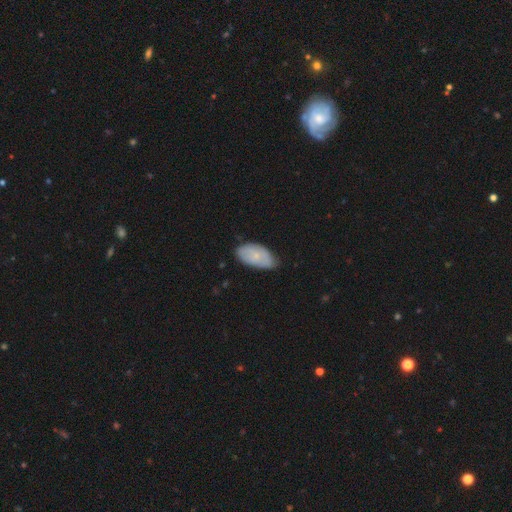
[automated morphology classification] smooth-or-featured: smooth: 67% | featured or disk: 27% | star or artifact: 6%
  how-rounded: in between: 94% | round: 3% | cigar-shaped: 3%
  merging: none: 58% | minor disturbance: 35% | major disturbance: 5% | merger: 2%